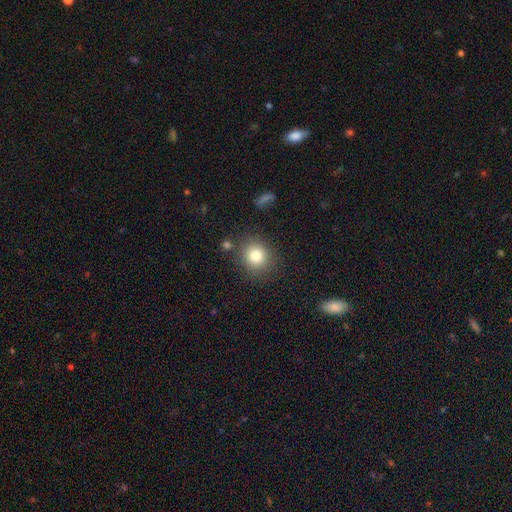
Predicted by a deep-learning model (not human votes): A smooth galaxy with no disk features (81%) that is round (83%). Merging: none (83%).